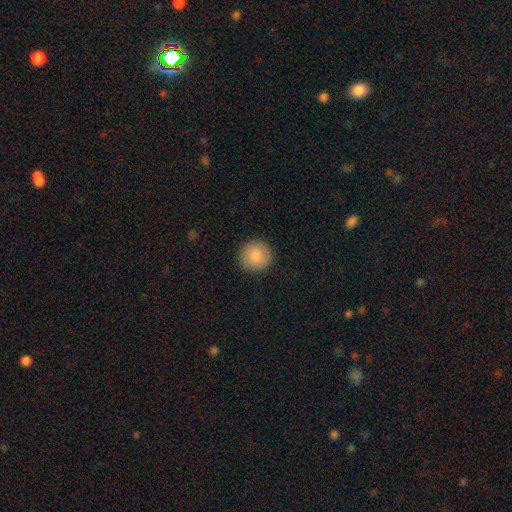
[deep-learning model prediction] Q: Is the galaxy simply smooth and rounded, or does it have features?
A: smooth — 87%.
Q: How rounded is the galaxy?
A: round — 95%.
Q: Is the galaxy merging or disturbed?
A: none — 91%.